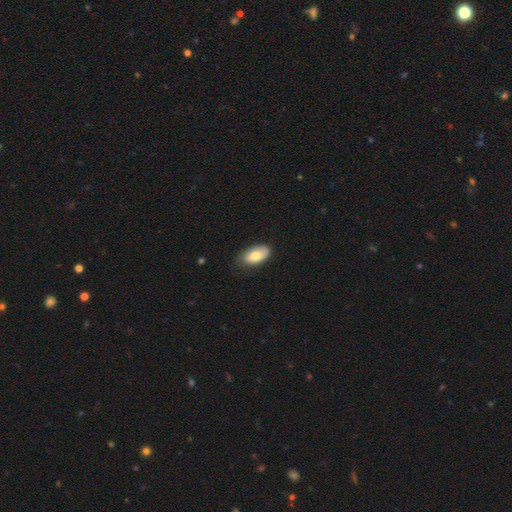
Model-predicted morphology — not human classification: Q: Smooth or featured?
A: smooth (74%); runner-up: featured or disk (20%)
Q: How rounded?
A: in between (94%); runner-up: round (3%)
Q: Merging?
A: none (72%); runner-up: minor disturbance (23%)